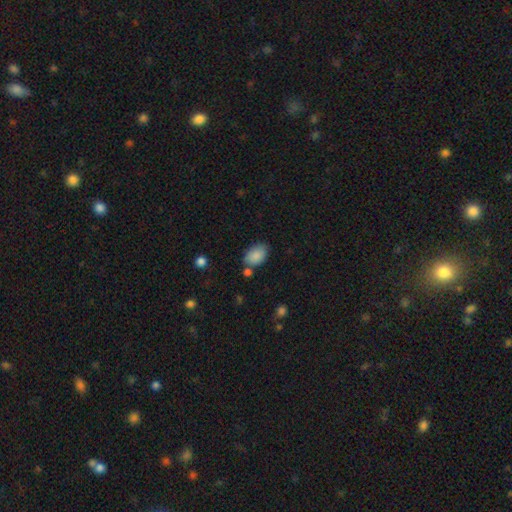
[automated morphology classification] This is clearly a smooth galaxy (87%). How rounded: clearly in between (87%). Merging: likely none (65%).